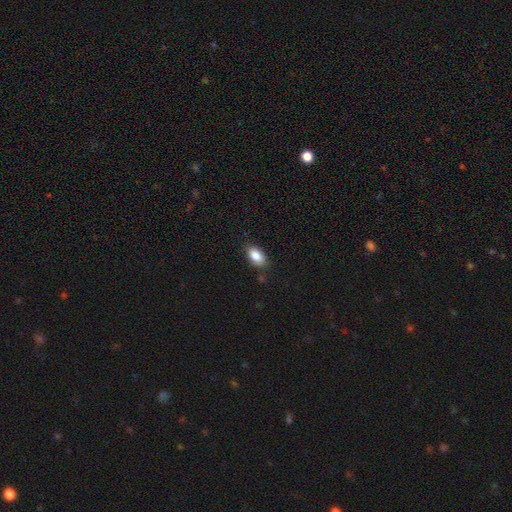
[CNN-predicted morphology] The model was most divided on "merging": none: 84%, minor disturbance: 12%, major disturbance: 2%, merger: 2%. More confident: how rounded — in between (92%); smooth or featured — smooth (85%).